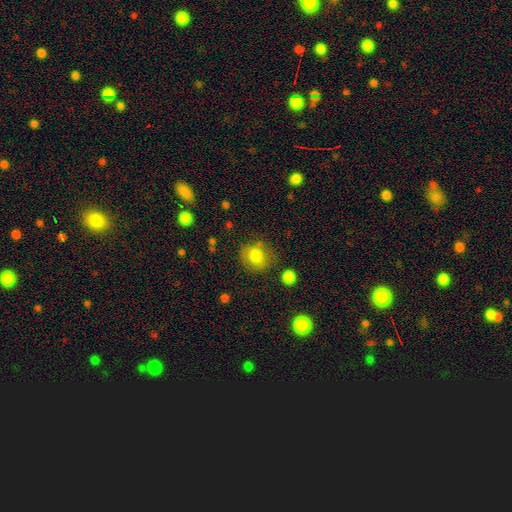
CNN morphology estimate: Smooth or featured?
  - smooth: 80% *
  - featured or disk: 11%
  - star or artifact: 10%
How rounded?
  - round: 79% *
  - in between: 21%
  - cigar-shaped: 1%
Merging?
  - none: 75% *
  - minor disturbance: 16%
  - major disturbance: 6%
  - merger: 3%